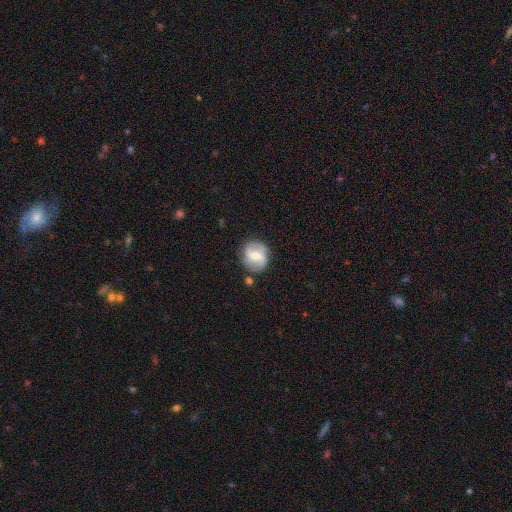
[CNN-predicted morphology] Smooth or featured? featured or disk (68%)
Edge-on disk? no (96%)
Bar? weak (44%)
Spiral arms? yes (85%)
Spiral winding? loose (50%)
Spiral arm count? 2 (86%)
Bulge size? moderate (57%)
Merging? none (75%)